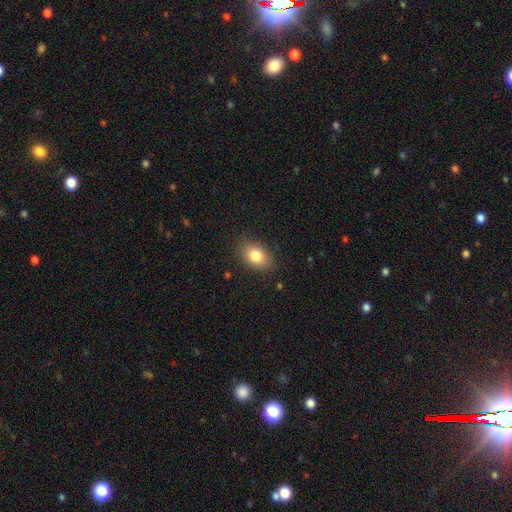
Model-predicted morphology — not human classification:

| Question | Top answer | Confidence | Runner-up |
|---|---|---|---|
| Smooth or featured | smooth | 83% | featured or disk (9%) |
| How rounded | in between | 81% | round (18%) |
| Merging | none | 84% | minor disturbance (11%) |